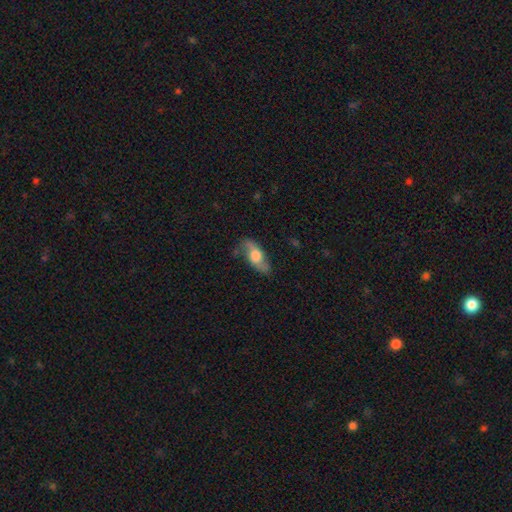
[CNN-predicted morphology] Overall: featured or disk (51%; smooth 43%). Edge-on disk: no (72%). Merging: none (71%).